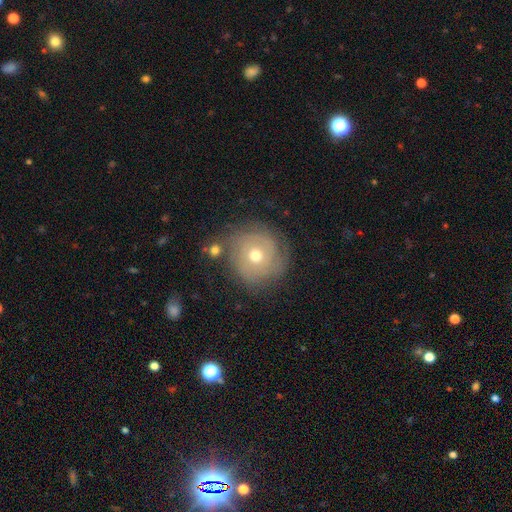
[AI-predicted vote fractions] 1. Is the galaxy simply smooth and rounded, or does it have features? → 65% featured or disk, 26% smooth, 9% star or artifact.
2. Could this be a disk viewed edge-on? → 97% no, 3% yes.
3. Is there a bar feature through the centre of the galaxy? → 83% no, 14% weak, 3% strong.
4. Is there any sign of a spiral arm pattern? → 83% yes, 17% no.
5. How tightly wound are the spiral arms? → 75% tight, 19% medium, 7% loose.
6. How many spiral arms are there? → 37% can't tell, 28% 2, 18% 3, 6% 4, 6% 1, 5% more than 4.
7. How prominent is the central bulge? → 71% moderate, 24% small, 4% large, 1% dominant, 1% none.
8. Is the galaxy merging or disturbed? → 74% none, 16% minor disturbance, 7% major disturbance, 4% merger.